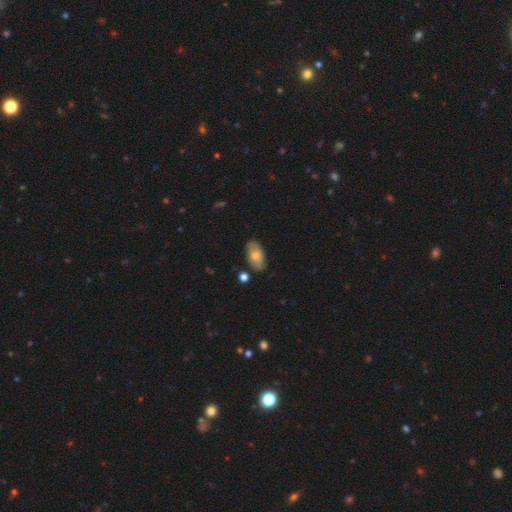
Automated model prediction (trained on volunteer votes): Q: Smooth or featured?
A: smooth (62%); runner-up: featured or disk (31%)
Q: How rounded?
A: in between (92%); runner-up: round (5%)
Q: Merging?
A: none (78%); runner-up: minor disturbance (16%)